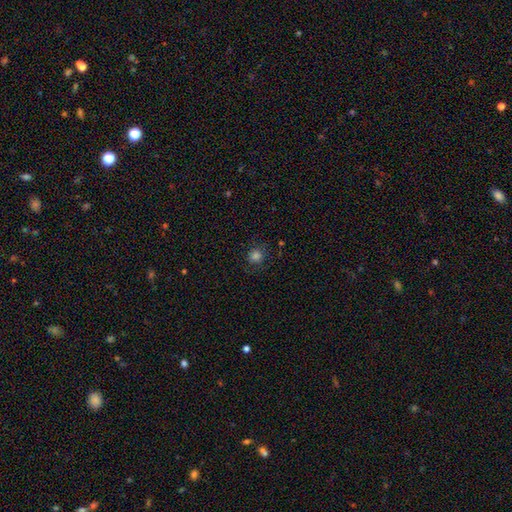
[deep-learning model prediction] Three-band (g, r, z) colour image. It shows a smooth galaxy with no disk features (80%) that is round (90%). Merging: none (83%).